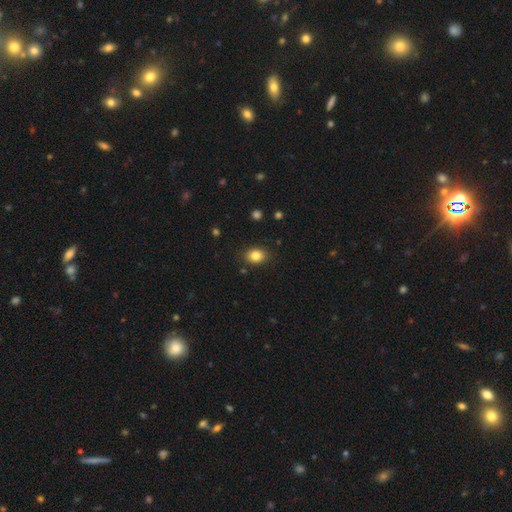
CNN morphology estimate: A smooth galaxy with no disk features (84%) that is in between round and cigar-shaped (59%). Merging: none (85%).